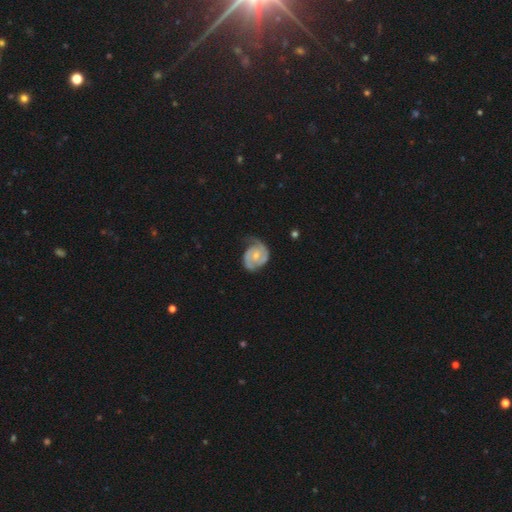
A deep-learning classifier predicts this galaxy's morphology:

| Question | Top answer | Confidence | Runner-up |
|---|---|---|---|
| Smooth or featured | featured or disk | 82% | smooth (13%) |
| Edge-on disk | no | 98% | yes (2%) |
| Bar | no | 70% | weak (26%) |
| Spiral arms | yes | 95% | no (5%) |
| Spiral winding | tight | 49% | medium (39%) |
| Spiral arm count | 2 | 77% | can't tell (8%) |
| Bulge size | small | 52% | moderate (43%) |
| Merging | none | 58% | minor disturbance (28%) |